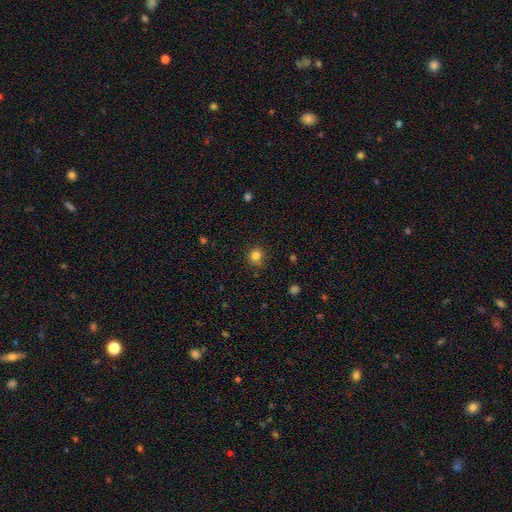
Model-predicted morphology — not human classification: A smooth galaxy with no disk features (83%) that is round (90%). Merging: none (85%).